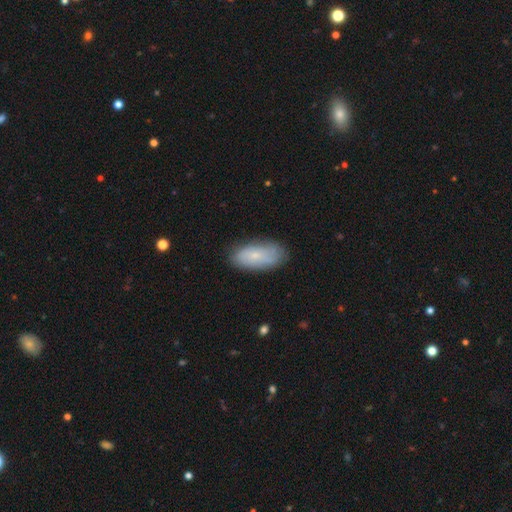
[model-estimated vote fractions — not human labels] smooth 67%, featured or disk 26%, star or artifact 7%. Down the decision tree: how rounded — in between (91%); merging — none (75%).